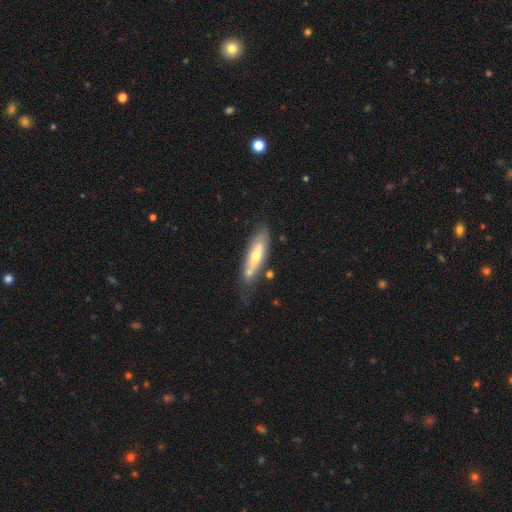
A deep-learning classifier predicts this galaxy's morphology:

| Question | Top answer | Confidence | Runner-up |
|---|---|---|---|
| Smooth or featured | smooth | 49% | featured or disk (45%) |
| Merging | none | 61% | minor disturbance (22%) |